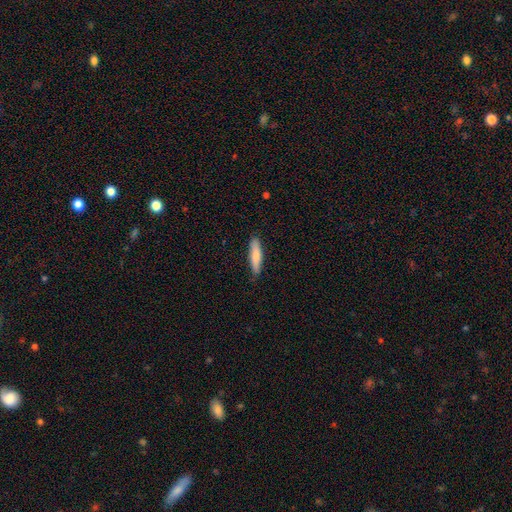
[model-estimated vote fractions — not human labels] Q: Smooth or featured?
A: smooth (77%); runner-up: featured or disk (17%)
Q: How rounded?
A: cigar-shaped (79%); runner-up: in between (19%)
Q: Merging?
A: none (85%); runner-up: minor disturbance (12%)